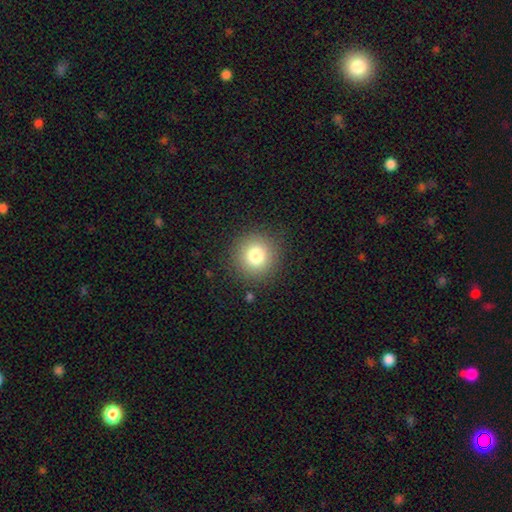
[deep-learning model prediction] Morphology: type=smooth (79%); roundness=round (94%); merging=none (89%).